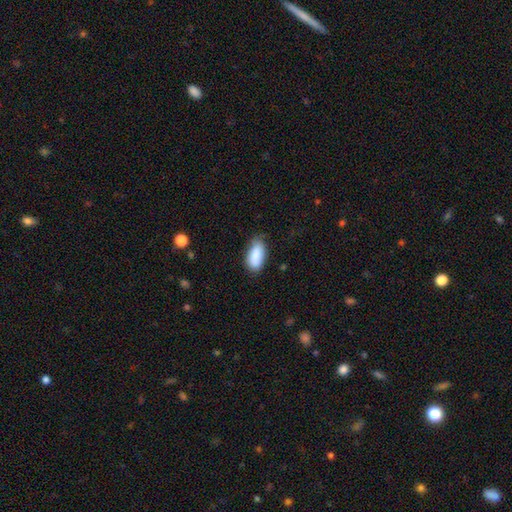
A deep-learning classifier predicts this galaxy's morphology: A smooth galaxy with no disk features (87%) that is in between round and cigar-shaped (89%). Merging: none (69%).